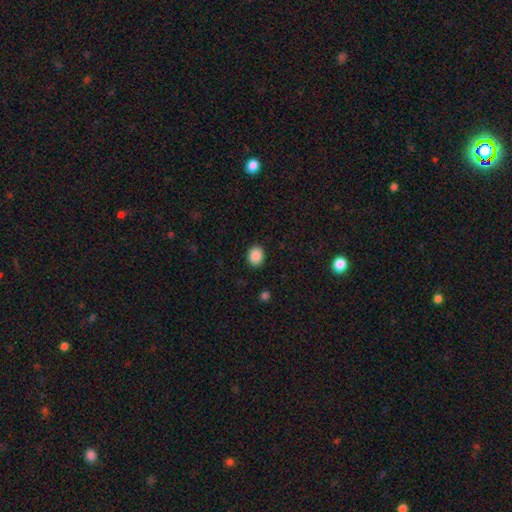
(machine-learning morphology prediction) Smooth or featured? Predicted: smooth (p=0.88). How rounded? Predicted: round (p=0.59). Merging? Predicted: none (p=0.90).